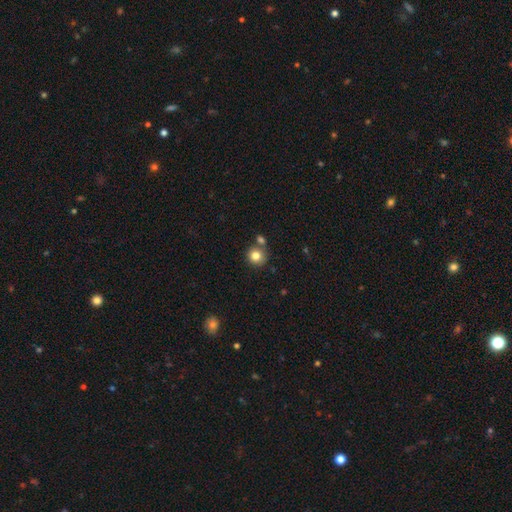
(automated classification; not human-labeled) smooth 81%, star or artifact 11%, featured or disk 8%. Down the decision tree: how rounded — round (90%); merging — none (68%).